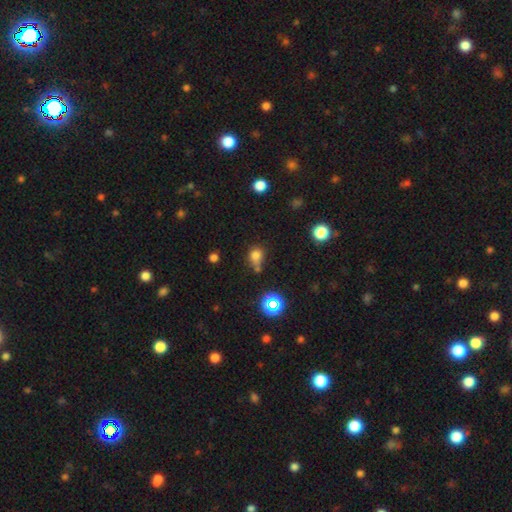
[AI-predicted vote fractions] A smooth galaxy with no disk features (72%) that is round (67%). Merging: none (47%).